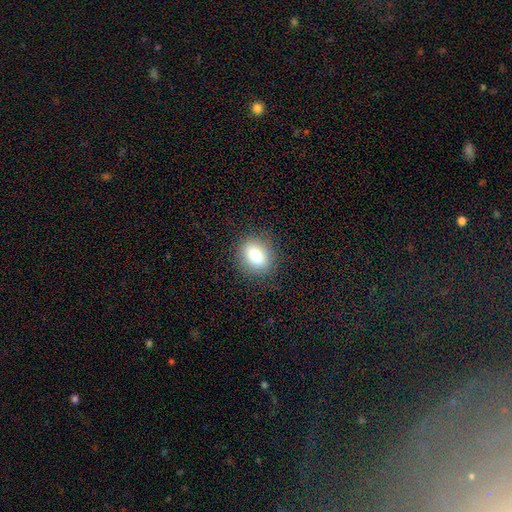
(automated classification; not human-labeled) Q: Smooth or featured?
A: smooth (79%); runner-up: featured or disk (11%)
Q: How rounded?
A: in between (52%); runner-up: round (46%)
Q: Merging?
A: none (84%); runner-up: minor disturbance (11%)